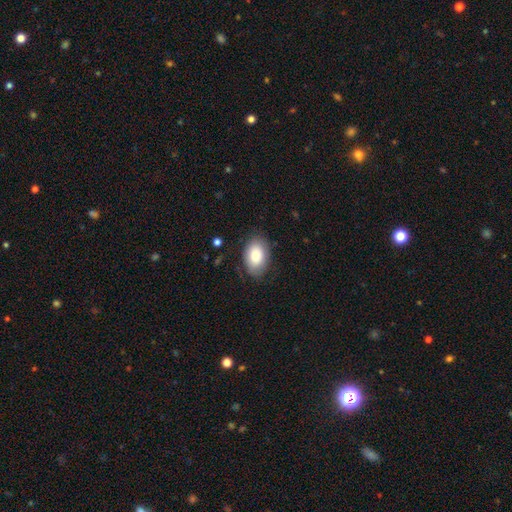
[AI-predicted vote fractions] Smooth or featured?
  - smooth: 83% *
  - featured or disk: 11%
  - star or artifact: 6%
How rounded?
  - in between: 90% *
  - round: 9%
  - cigar-shaped: 1%
Merging?
  - none: 79% *
  - minor disturbance: 15%
  - major disturbance: 4%
  - merger: 1%